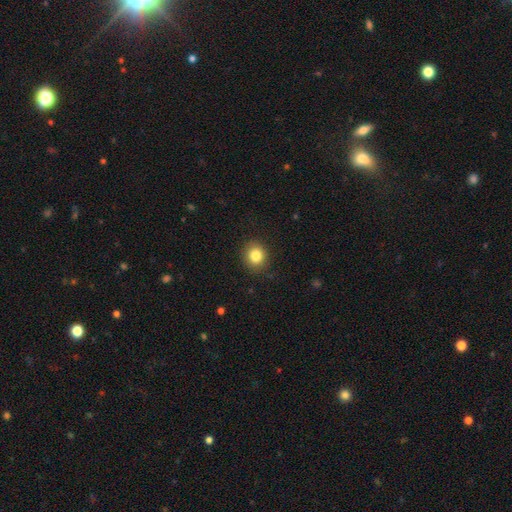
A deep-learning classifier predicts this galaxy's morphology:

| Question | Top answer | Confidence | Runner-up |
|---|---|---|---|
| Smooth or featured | smooth | 83% | star or artifact (11%) |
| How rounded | round | 79% | in between (20%) |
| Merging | none | 89% | minor disturbance (8%) |